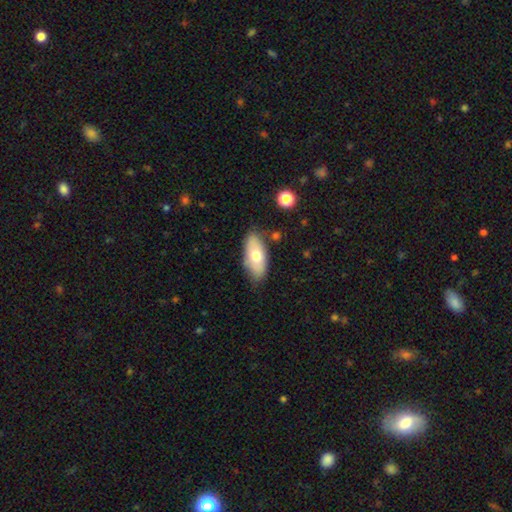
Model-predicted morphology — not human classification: Smooth or featured: smooth — 67% (featured or disk — 27%)
How rounded: in between — 90% (cigar-shaped — 7%)
Merging: none — 77% (minor disturbance — 17%)